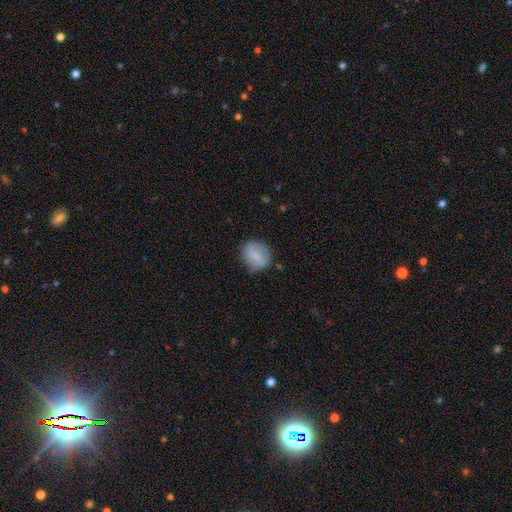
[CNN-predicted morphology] Smooth or featured? Predicted: smooth (p=0.75). How rounded? Predicted: round (p=0.68). Merging? Predicted: none (p=0.71).